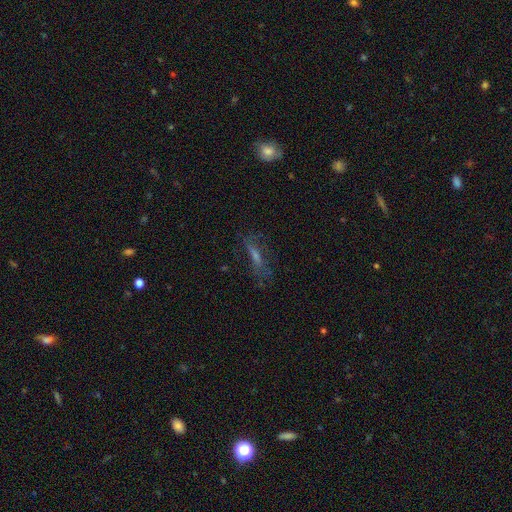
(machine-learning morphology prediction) This appears to be a featured or disk galaxy (45%). Merging: none (62%).